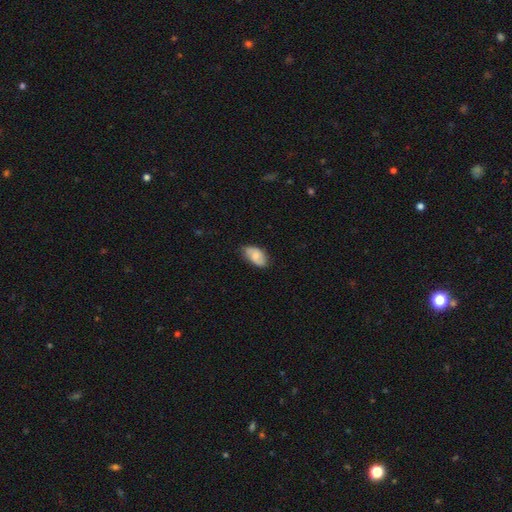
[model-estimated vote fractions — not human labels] A smooth galaxy with no disk features (67%) that is in between round and cigar-shaped (93%).

Vote fractions:
- Smooth or featured? smooth: 67% / featured or disk: 26% / star or artifact: 7%
- How rounded? in between: 93% / round: 5% / cigar-shaped: 2%
- Merging? none: 74% / minor disturbance: 21% / major disturbance: 3% / merger: 1%